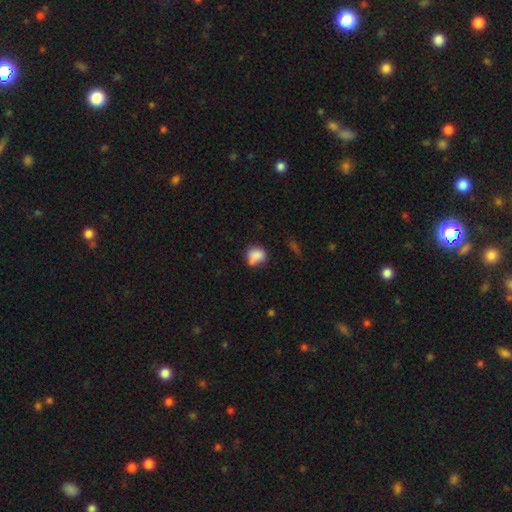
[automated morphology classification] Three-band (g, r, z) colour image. It shows a smooth galaxy with no disk features (80%) that is round (54%). Merging: none (50%).